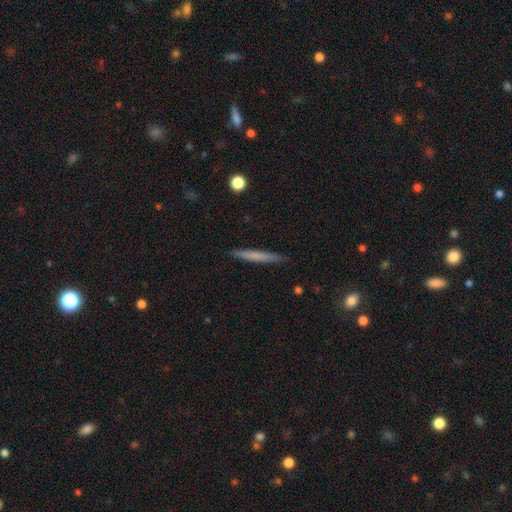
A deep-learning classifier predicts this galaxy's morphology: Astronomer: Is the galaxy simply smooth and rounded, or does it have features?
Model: smooth — 64%.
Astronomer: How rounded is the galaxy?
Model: cigar-shaped — 96%.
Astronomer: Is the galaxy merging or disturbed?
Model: none — 90%.